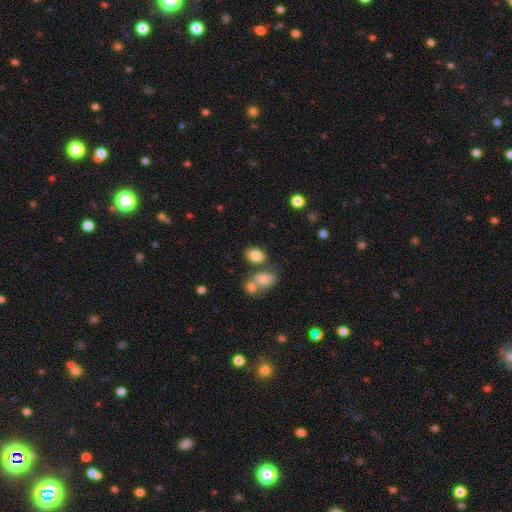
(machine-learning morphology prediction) Smooth or featured?
  - smooth: 82% *
  - star or artifact: 10%
  - featured or disk: 8%
How rounded?
  - in between: 75% *
  - round: 24%
  - cigar-shaped: 1%
Merging?
  - none: 64% *
  - merger: 20%
  - minor disturbance: 12%
  - major disturbance: 4%